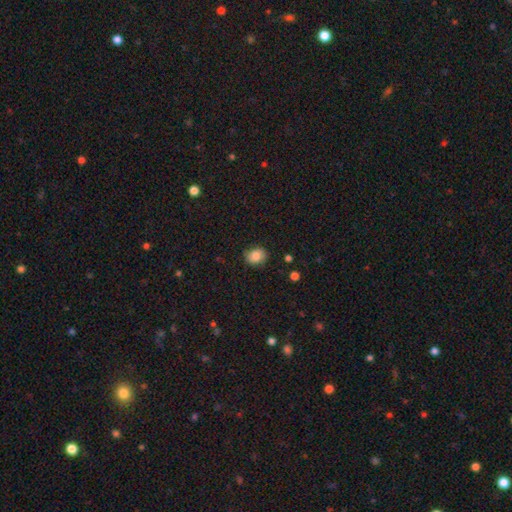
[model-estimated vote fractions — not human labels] Smooth or featured? smooth (80%)
How rounded? round (60%)
Merging? none (78%)